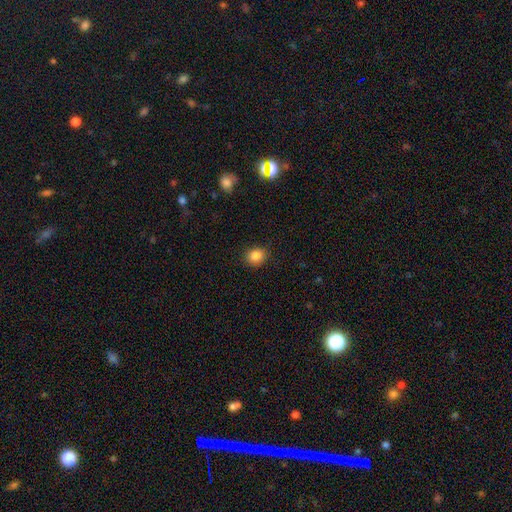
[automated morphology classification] This appears to be a smooth galaxy with no disk features (85%) that is round (75%). Merging: none (88%).